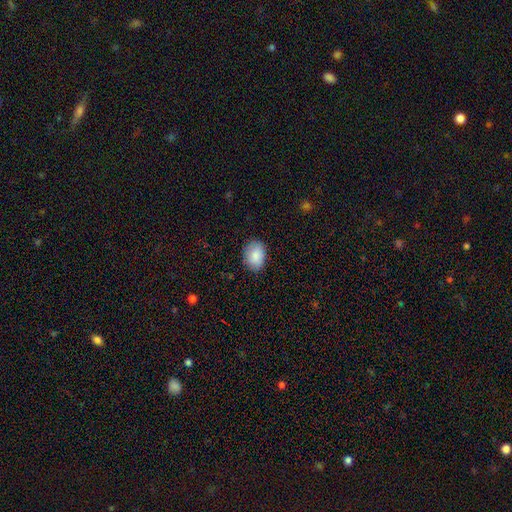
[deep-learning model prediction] A smooth galaxy with no disk features (87%) that is in between round and cigar-shaped (73%).

Vote fractions:
- Smooth or featured? smooth: 87% / star or artifact: 7% / featured or disk: 6%
- How rounded? in between: 73% / round: 26% / cigar-shaped: 1%
- Merging? none: 84% / minor disturbance: 12% / major disturbance: 3% / merger: 1%